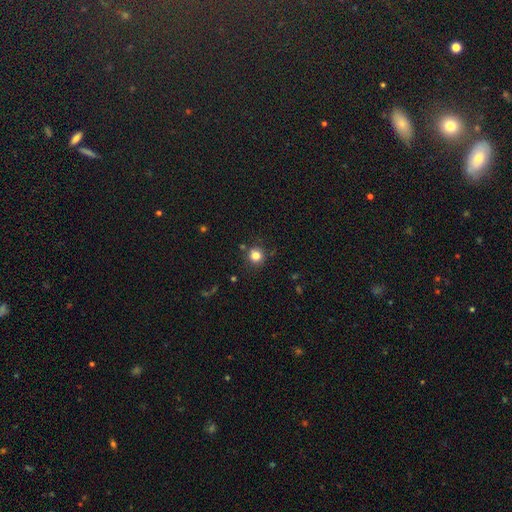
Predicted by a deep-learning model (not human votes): Q: Smooth or featured?
A: smooth (81%); runner-up: star or artifact (13%)
Q: How rounded?
A: round (91%); runner-up: in between (8%)
Q: Merging?
A: none (84%); runner-up: minor disturbance (9%)